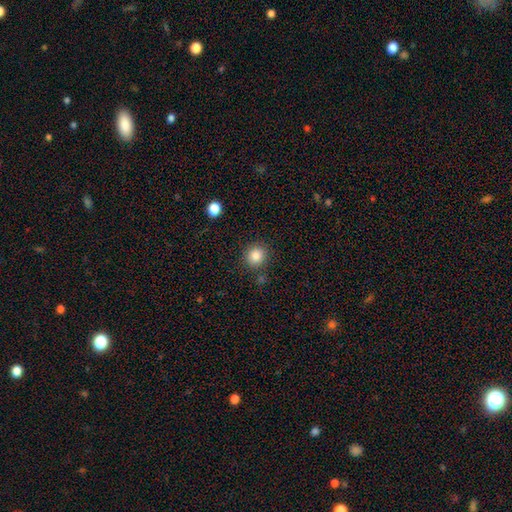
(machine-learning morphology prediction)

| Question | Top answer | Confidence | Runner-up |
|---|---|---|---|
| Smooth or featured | smooth | 84% | star or artifact (10%) |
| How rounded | round | 86% | in between (13%) |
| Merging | none | 85% | minor disturbance (9%) |